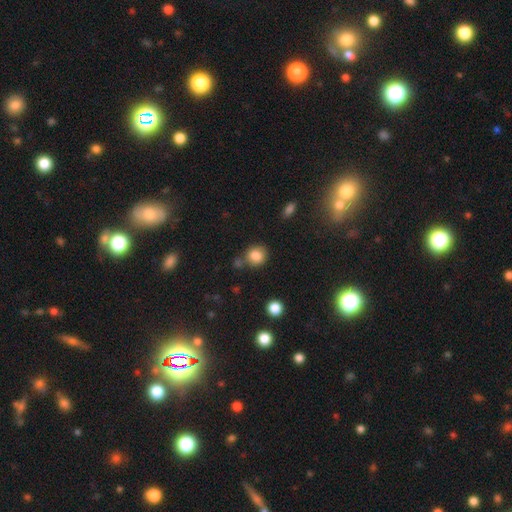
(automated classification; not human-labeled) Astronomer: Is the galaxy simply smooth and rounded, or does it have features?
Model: smooth — 84%.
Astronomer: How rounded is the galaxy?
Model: round — 80%.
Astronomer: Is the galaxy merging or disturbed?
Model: none — 70%.